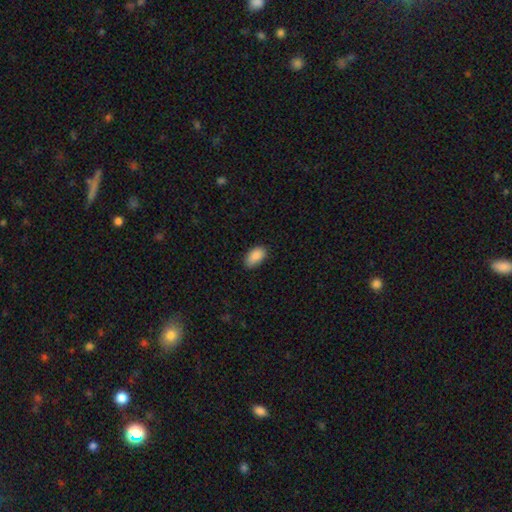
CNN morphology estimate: This is clearly a smooth galaxy (89%). How rounded: clearly in between (94%). Merging: clearly none (84%).